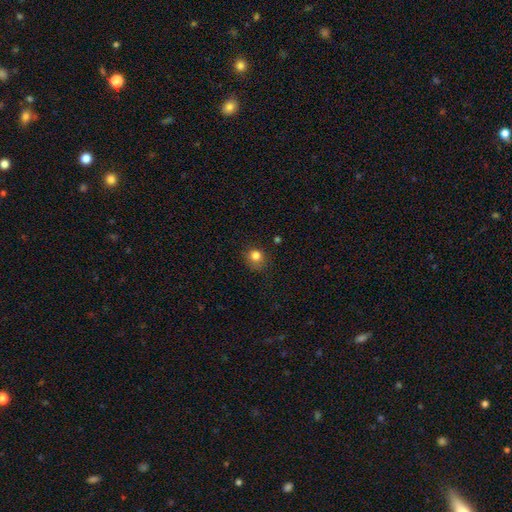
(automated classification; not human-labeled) Smooth or featured? smooth (80%)
How rounded? round (83%)
Merging? none (73%)